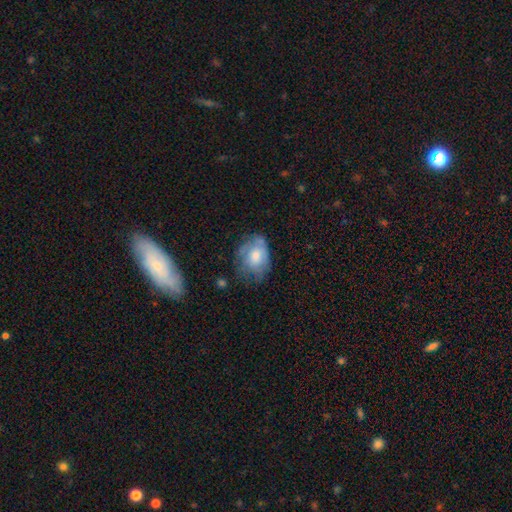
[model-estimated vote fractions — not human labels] The model was most divided on "merging": none: 44%, minor disturbance: 34%, major disturbance: 19%, merger: 3%. More confident: how rounded — in between (72%); smooth or featured — smooth (62%).